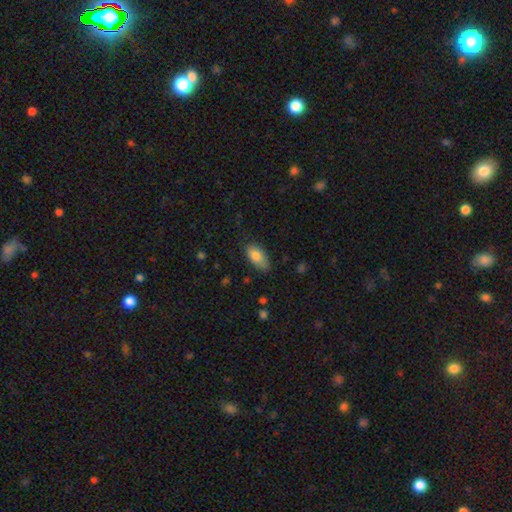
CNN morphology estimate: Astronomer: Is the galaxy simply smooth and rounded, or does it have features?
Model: smooth — 81%.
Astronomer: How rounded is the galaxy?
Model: in between — 91%.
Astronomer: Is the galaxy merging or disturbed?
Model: none — 71%.